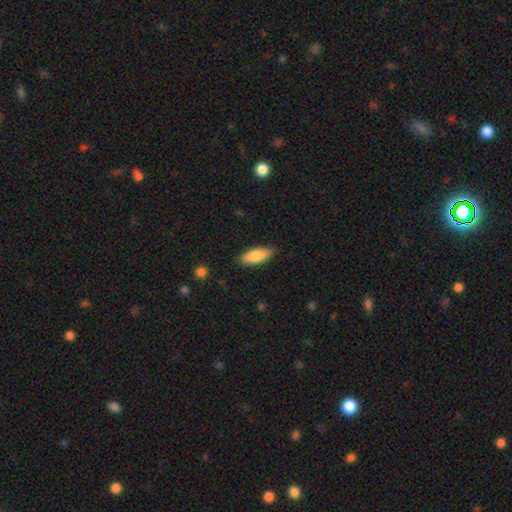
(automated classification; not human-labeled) Q: Smooth or featured?
A: smooth (81%); runner-up: featured or disk (13%)
Q: How rounded?
A: in between (76%); runner-up: cigar-shaped (22%)
Q: Merging?
A: none (86%); runner-up: minor disturbance (11%)